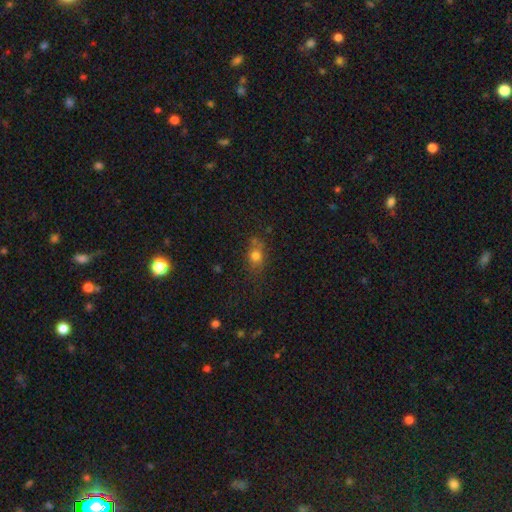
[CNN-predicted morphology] Smooth or featured: smooth — 72% (star or artifact — 15%)
How rounded: round — 51% (in between — 45%)
Merging: none — 62% (minor disturbance — 21%)